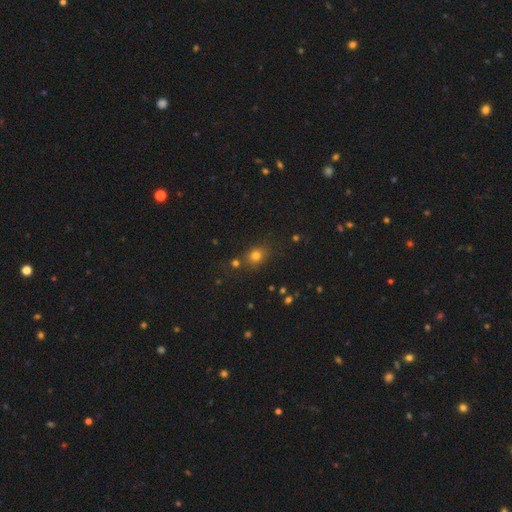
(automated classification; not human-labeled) Smooth or featured?
  - smooth: 76% *
  - star or artifact: 17%
  - featured or disk: 7%
How rounded?
  - round: 66% *
  - in between: 33%
  - cigar-shaped: 1%
Merging?
  - none: 74% *
  - minor disturbance: 12%
  - merger: 10%
  - major disturbance: 4%